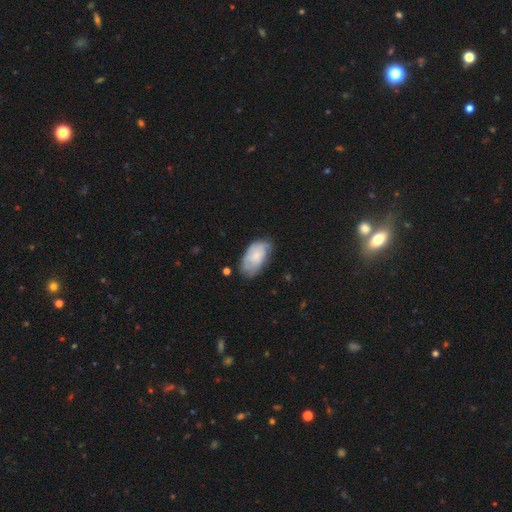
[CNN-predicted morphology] This appears to be a smooth galaxy with no disk features (56%) that is in between round and cigar-shaped (94%). Merging: none (60%).